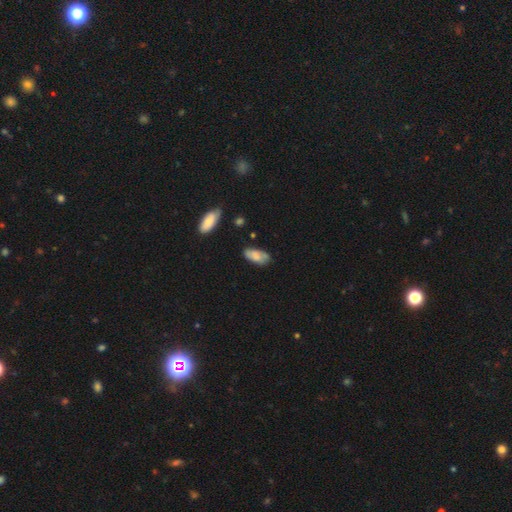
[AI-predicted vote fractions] smooth-or-featured: smooth: 73% | featured or disk: 20% | star or artifact: 7%
  how-rounded: in between: 90% | cigar-shaped: 8% | round: 2%
  merging: none: 69% | minor disturbance: 24% | major disturbance: 5% | merger: 3%